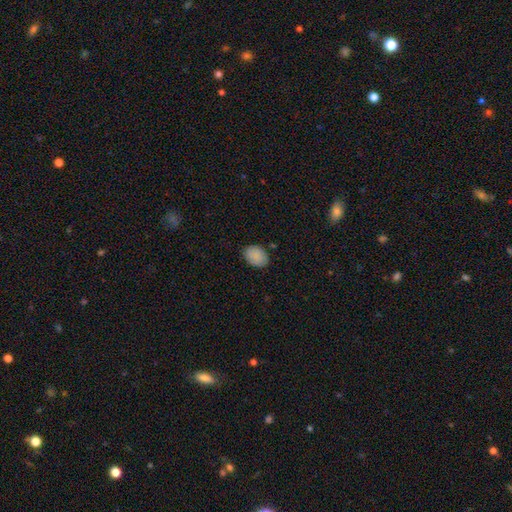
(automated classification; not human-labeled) This is clearly a smooth galaxy (88%). How rounded: likely in between (72%). Merging: clearly none (84%).